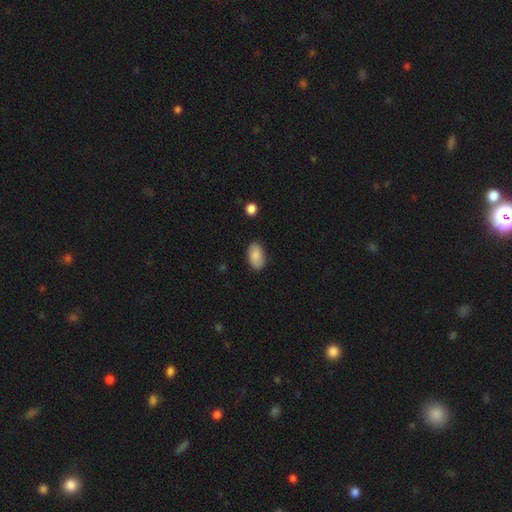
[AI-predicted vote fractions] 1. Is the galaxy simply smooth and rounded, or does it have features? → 86% smooth, 7% featured or disk, 7% star or artifact.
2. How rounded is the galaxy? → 93% in between, 5% round, 1% cigar-shaped.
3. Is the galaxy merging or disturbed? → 84% none, 12% minor disturbance, 2% major disturbance, 1% merger.